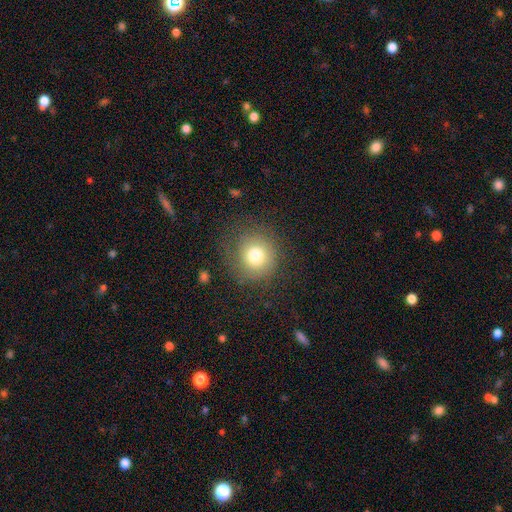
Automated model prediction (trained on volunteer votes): The model was most divided on "smooth or featured": smooth: 74%, featured or disk: 14%, star or artifact: 11%. More confident: how rounded — round (91%); merging — none (77%).